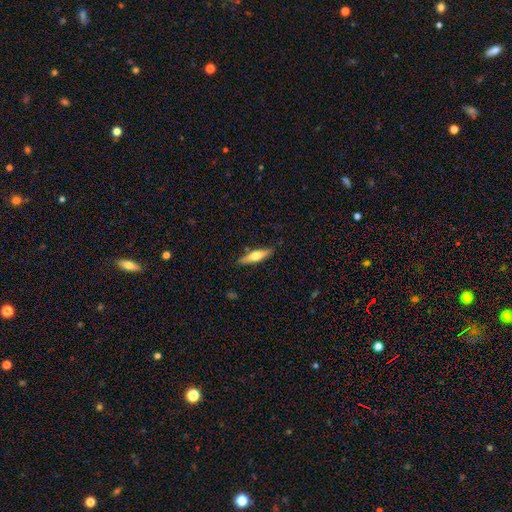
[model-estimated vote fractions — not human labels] Smooth or featured? smooth (55%)
How rounded? cigar-shaped (70%)
Merging? none (85%)